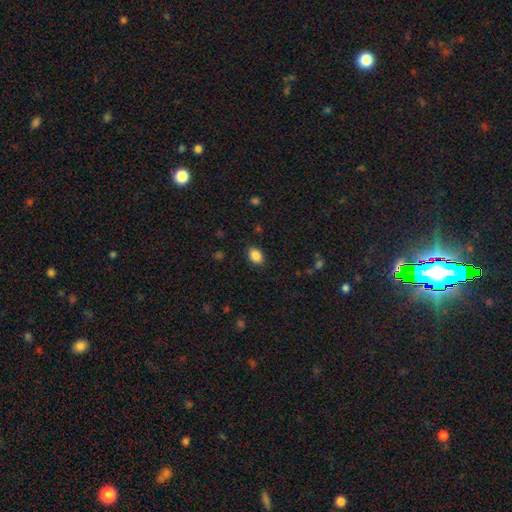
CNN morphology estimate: Smooth or featured?
  - smooth: 87% *
  - star or artifact: 9%
  - featured or disk: 5%
How rounded?
  - in between: 81% *
  - round: 18%
  - cigar-shaped: 1%
Merging?
  - none: 86% *
  - minor disturbance: 10%
  - major disturbance: 3%
  - merger: 1%